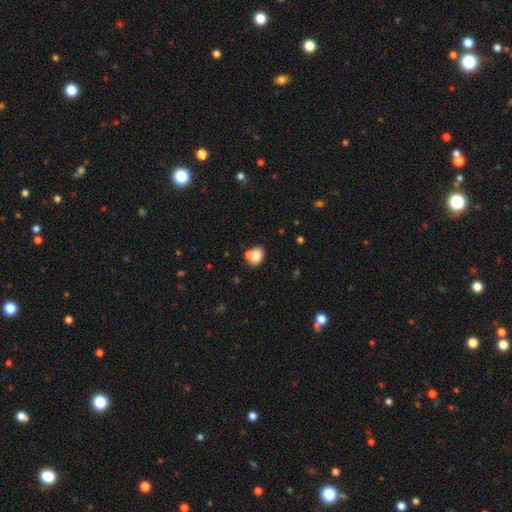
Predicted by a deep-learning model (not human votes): This is likely a smooth galaxy (76%). How rounded: possibly in between (58%). Merging: possibly none (46%).